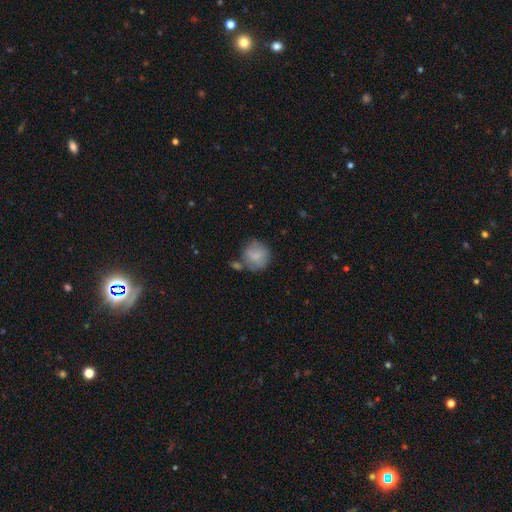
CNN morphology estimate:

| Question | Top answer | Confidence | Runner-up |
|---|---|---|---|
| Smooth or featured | smooth | 77% | featured or disk (16%) |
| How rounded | round | 85% | in between (14%) |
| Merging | none | 55% | minor disturbance (21%) |